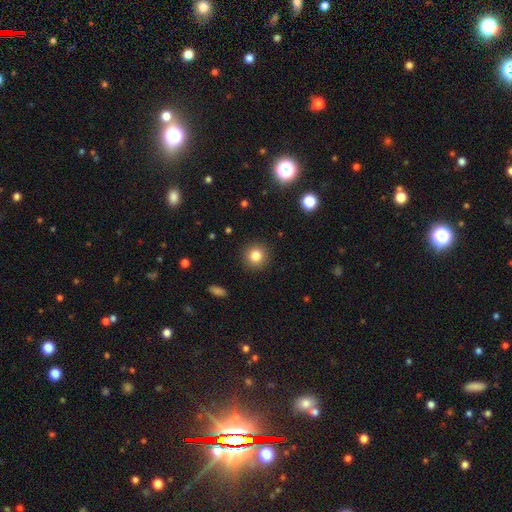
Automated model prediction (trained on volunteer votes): This appears to be a smooth galaxy with no disk features (83%) that is round (93%). Merging: none (91%).